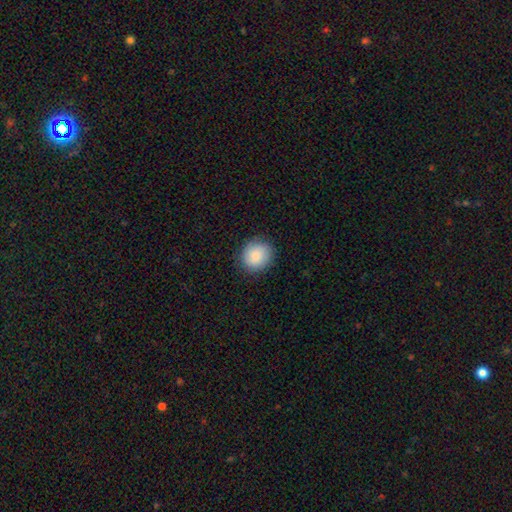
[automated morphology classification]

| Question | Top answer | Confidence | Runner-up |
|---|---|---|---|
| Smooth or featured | smooth | 87% | star or artifact (7%) |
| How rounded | round | 79% | in between (20%) |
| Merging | none | 86% | minor disturbance (11%) |